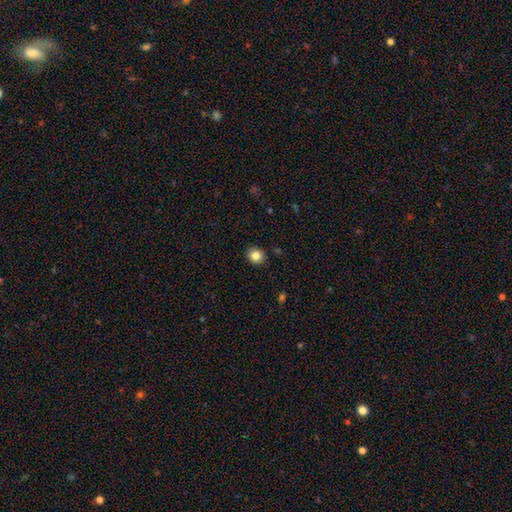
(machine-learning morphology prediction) A smooth galaxy with no disk features (84%) that is round (78%).

Vote fractions:
- Smooth or featured? smooth: 84% / star or artifact: 11% / featured or disk: 6%
- How rounded? round: 78% / in between: 21% / cigar-shaped: 1%
- Merging? none: 91% / minor disturbance: 6% / major disturbance: 2% / merger: 1%